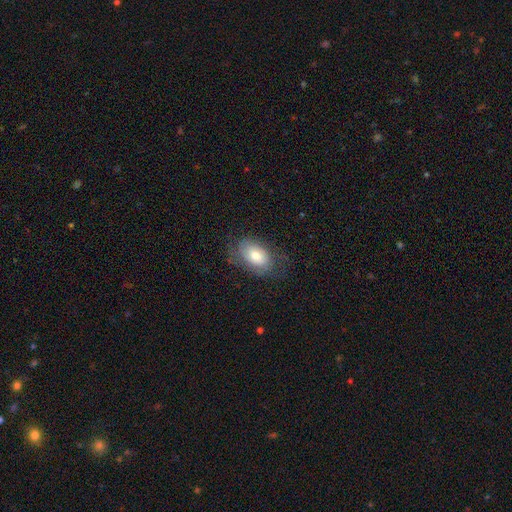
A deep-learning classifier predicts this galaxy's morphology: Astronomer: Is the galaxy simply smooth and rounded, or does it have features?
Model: smooth — 59%.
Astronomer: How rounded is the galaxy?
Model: in between — 89%.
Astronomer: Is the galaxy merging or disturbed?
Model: none — 64%.